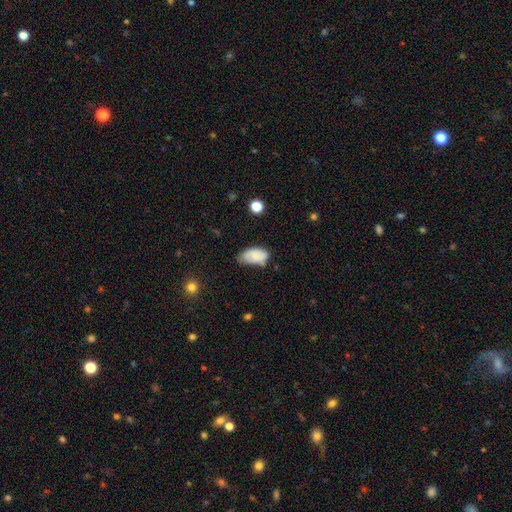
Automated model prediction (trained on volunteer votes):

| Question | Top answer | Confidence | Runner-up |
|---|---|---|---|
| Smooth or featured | smooth | 69% | featured or disk (23%) |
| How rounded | in between | 93% | round (4%) |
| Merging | none | 46% | minor disturbance (40%) |